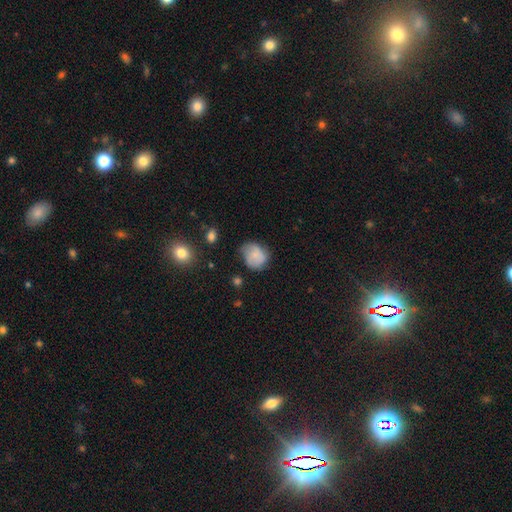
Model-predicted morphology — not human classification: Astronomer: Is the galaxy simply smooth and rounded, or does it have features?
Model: smooth — 67%.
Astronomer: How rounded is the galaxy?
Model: round — 63%.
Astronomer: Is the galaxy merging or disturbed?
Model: none — 53% (runner-up: minor disturbance, 33%).